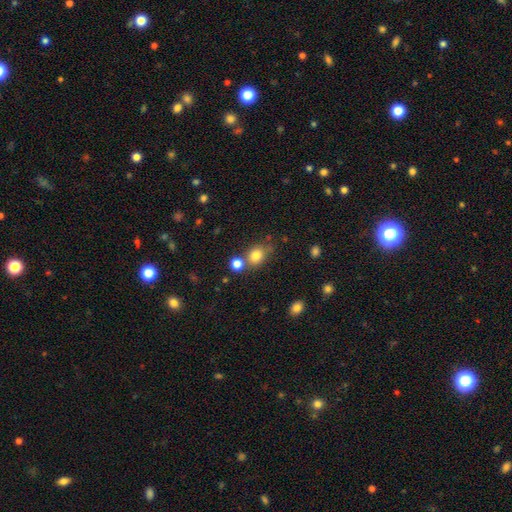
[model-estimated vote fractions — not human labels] The model was most divided on "how rounded": round: 57%, in between: 42%, cigar-shaped: 1%. More confident: smooth or featured — smooth (81%); merging — none (58%).